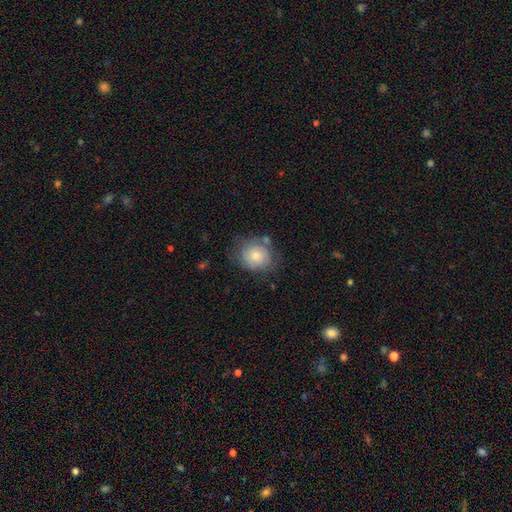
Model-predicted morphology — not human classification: Overall: smooth (54%; featured or disk 38%). How rounded: round (75%). Merging: none (65%).